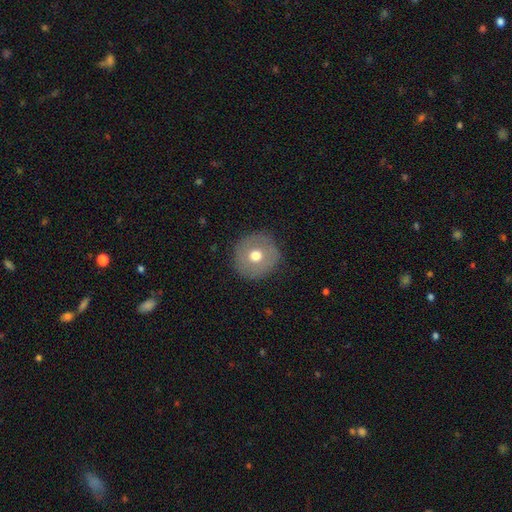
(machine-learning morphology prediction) The model was most divided on "smooth or featured": smooth: 62%, featured or disk: 29%, star or artifact: 9%. More confident: how rounded — round (94%); merging — none (86%).